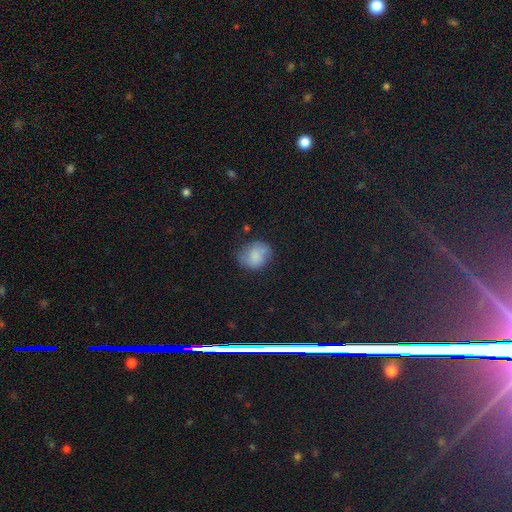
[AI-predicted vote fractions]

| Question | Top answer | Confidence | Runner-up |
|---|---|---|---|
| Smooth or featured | smooth | 72% | featured or disk (19%) |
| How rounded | round | 59% | in between (40%) |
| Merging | none | 62% | minor disturbance (26%) |